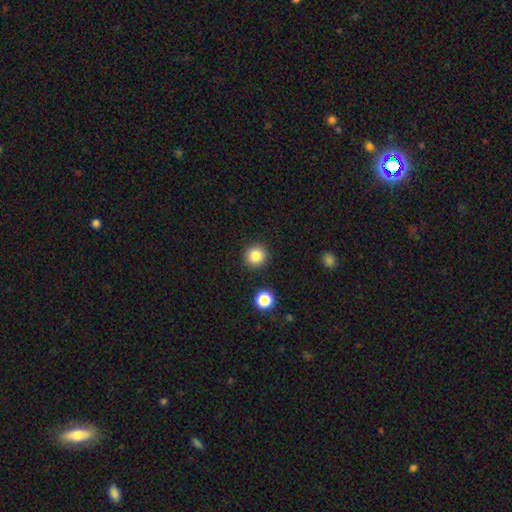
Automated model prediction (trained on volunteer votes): smooth-or-featured: smooth: 84% | star or artifact: 11% | featured or disk: 5%
  how-rounded: round: 94% | in between: 5% | cigar-shaped: 1%
  merging: none: 91% | minor disturbance: 5% | major disturbance: 2% | merger: 2%